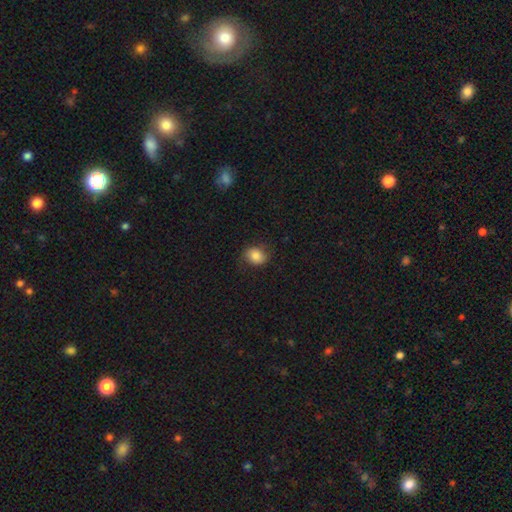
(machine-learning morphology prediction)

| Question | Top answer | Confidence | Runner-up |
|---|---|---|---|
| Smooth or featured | smooth | 80% | featured or disk (11%) |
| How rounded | round | 53% | in between (46%) |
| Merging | none | 74% | minor disturbance (19%) |